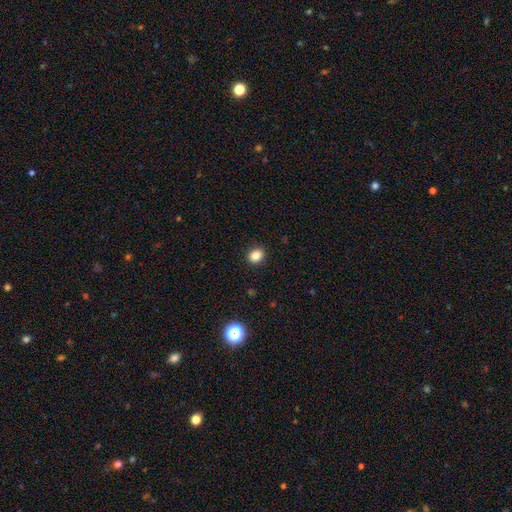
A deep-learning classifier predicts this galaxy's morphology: The model was most divided on "how rounded": round: 63%, in between: 36%, cigar-shaped: 1%. More confident: merging — none (91%); smooth or featured — smooth (85%).